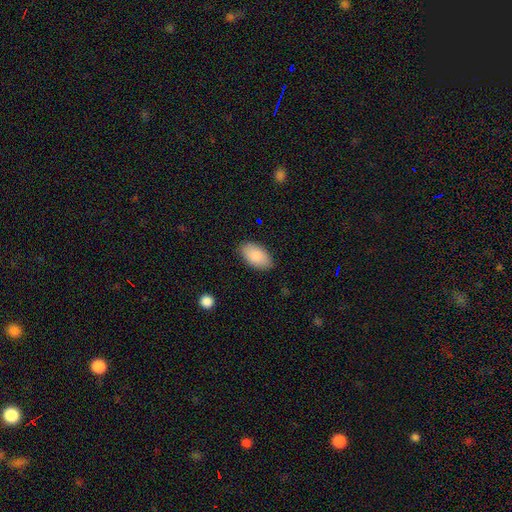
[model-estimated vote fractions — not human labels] A smooth galaxy with no disk features (88%) that is in between round and cigar-shaped (95%). Merging: none (85%).